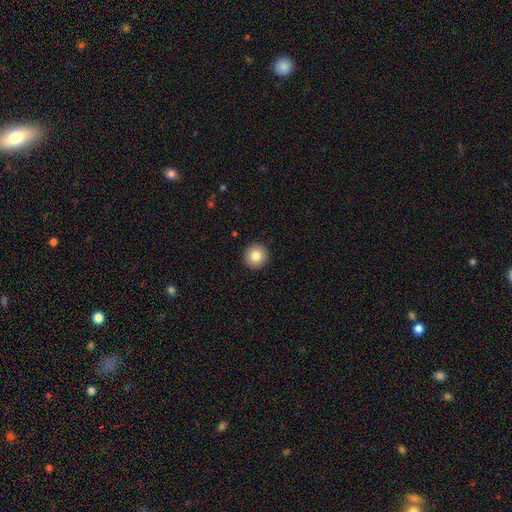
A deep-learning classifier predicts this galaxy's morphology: The model was most divided on "smooth or featured": smooth: 83%, star or artifact: 10%, featured or disk: 8%. More confident: how rounded — round (95%); merging — none (93%).